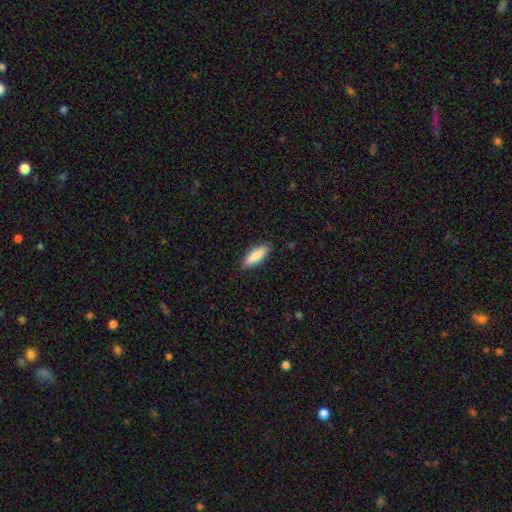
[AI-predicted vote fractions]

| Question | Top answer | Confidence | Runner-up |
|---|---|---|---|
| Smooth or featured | smooth | 87% | featured or disk (8%) |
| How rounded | in between | 57% | cigar-shaped (41%) |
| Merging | none | 87% | minor disturbance (10%) |